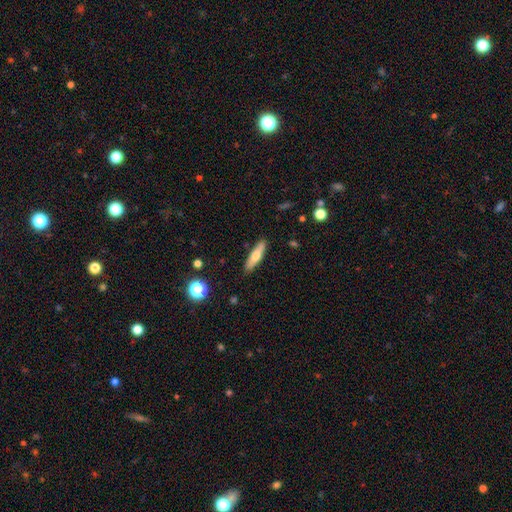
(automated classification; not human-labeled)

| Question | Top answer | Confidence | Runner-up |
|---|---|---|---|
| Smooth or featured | smooth | 58% | featured or disk (35%) |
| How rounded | cigar-shaped | 73% | in between (25%) |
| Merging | none | 89% | minor disturbance (8%) |